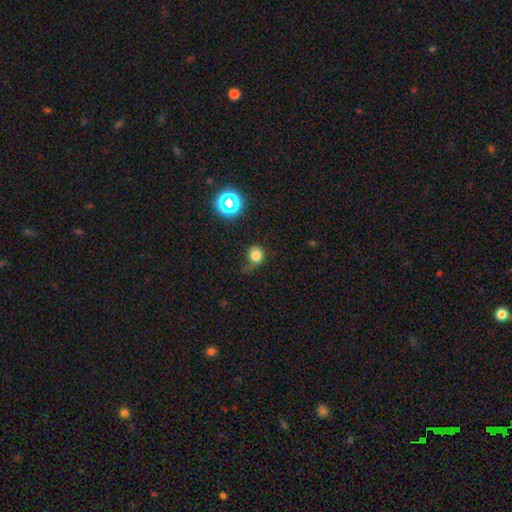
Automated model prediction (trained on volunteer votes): The model was most divided on "merging": none: 50%, minor disturbance: 30%, major disturbance: 18%, merger: 3%. More confident: how rounded — round (80%); smooth or featured — smooth (77%).